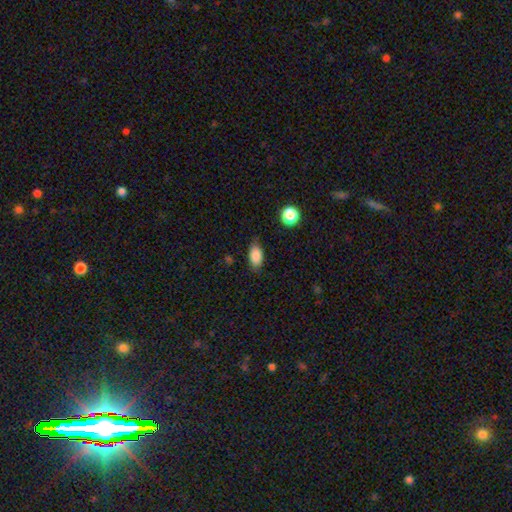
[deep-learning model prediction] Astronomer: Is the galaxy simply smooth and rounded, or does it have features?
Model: smooth — 86%.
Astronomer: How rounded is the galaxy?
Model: in between — 88%.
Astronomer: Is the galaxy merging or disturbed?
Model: none — 79%.